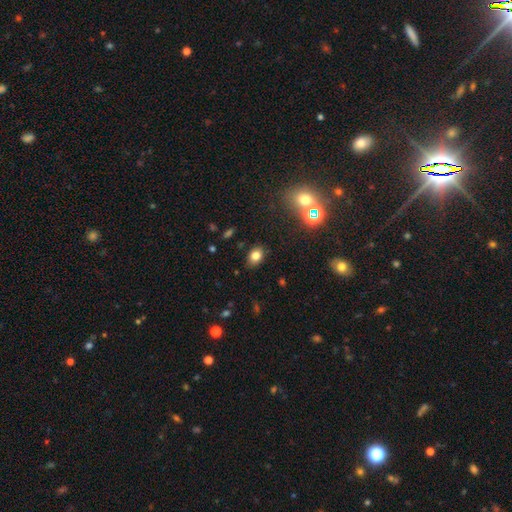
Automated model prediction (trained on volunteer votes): smooth_or_featured: smooth (p=0.78) [alt: star or artifact p=0.13]
how_rounded: in between (p=0.71) [alt: round p=0.28]
merging: none (p=0.84) [alt: minor disturbance p=0.12]